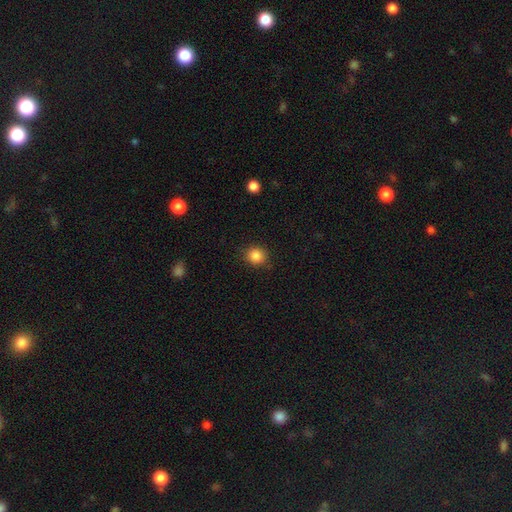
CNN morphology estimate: Smooth or featured? Predicted: smooth (p=0.86). How rounded? Predicted: round (p=0.86). Merging? Predicted: none (p=0.86).